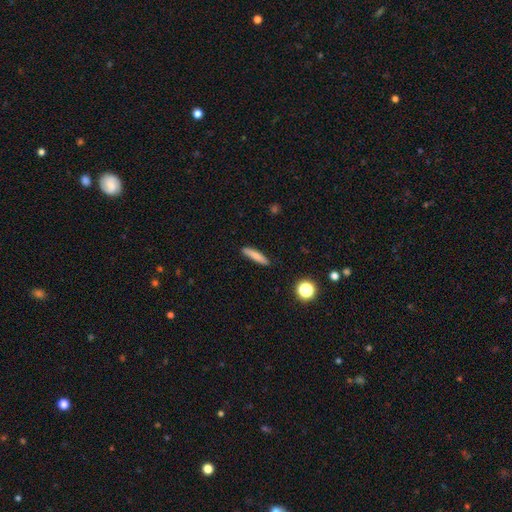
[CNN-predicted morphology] type=smooth (79%); roundness=cigar-shaped (85%); merging=none (87%).